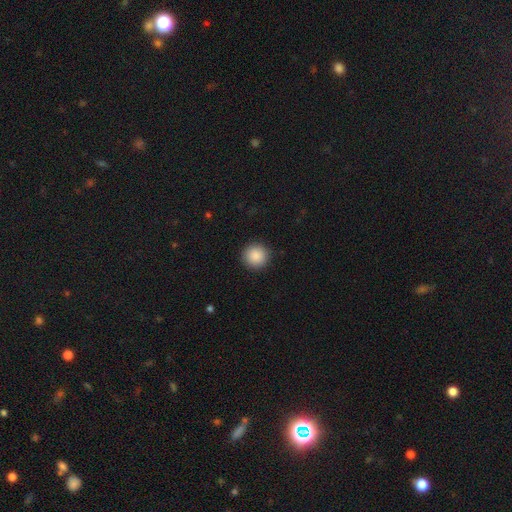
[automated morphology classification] Smooth or featured? smooth (89%)
How rounded? round (95%)
Merging? none (92%)